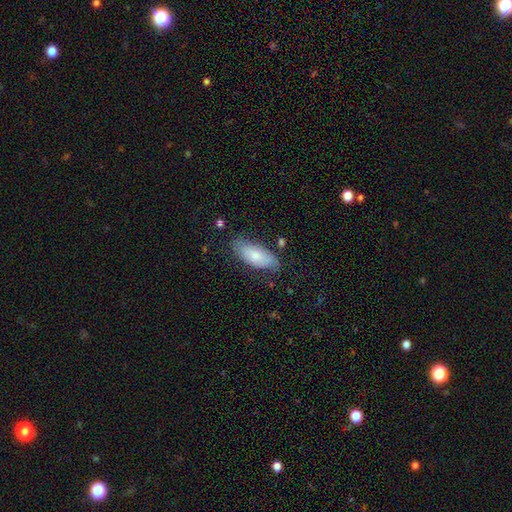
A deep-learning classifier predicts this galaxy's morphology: The model was most divided on "merging": none: 71%, minor disturbance: 22%, major disturbance: 5%, merger: 2%. More confident: how rounded — in between (86%); smooth or featured — smooth (75%).